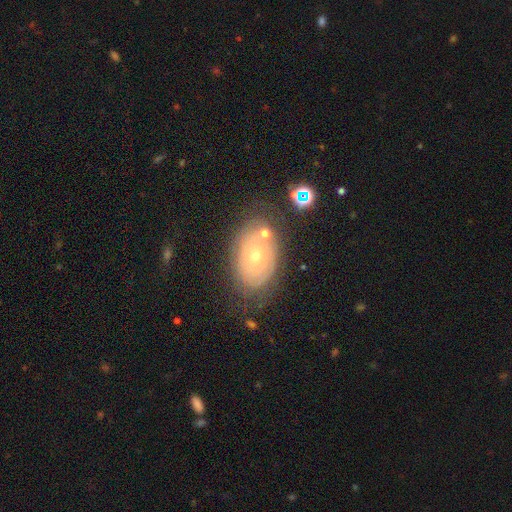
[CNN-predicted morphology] Smooth or featured: featured or disk — 52% (smooth — 37%)
Edge-on disk: no — 93% (yes — 7%)
Merging: none — 66% (minor disturbance — 19%)